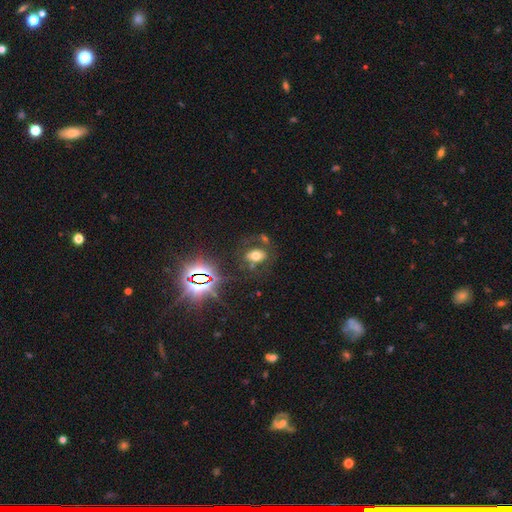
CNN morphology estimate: type=smooth (50%); roundness=in between (76%); merging=none (64%).